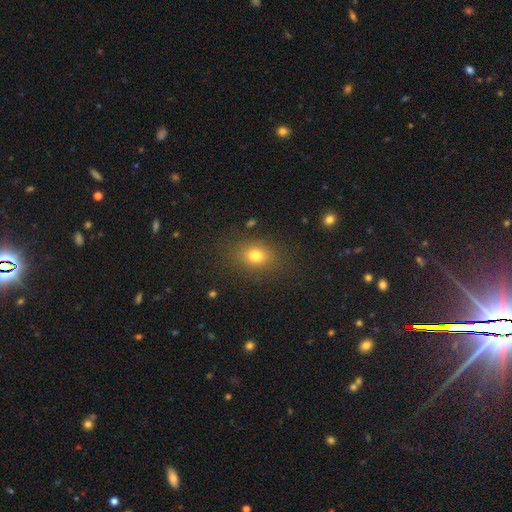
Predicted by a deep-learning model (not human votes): This appears to be a smooth galaxy with no disk features (76%) that is in between round and cigar-shaped (61%). Merging: none (83%).